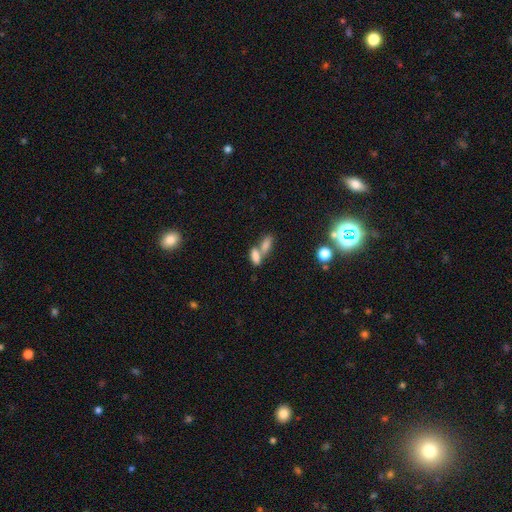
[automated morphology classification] Q: Smooth or featured?
A: smooth (79%); runner-up: featured or disk (12%)
Q: How rounded?
A: in between (79%); runner-up: cigar-shaped (17%)
Q: Merging?
A: merger (64%); runner-up: none (26%)